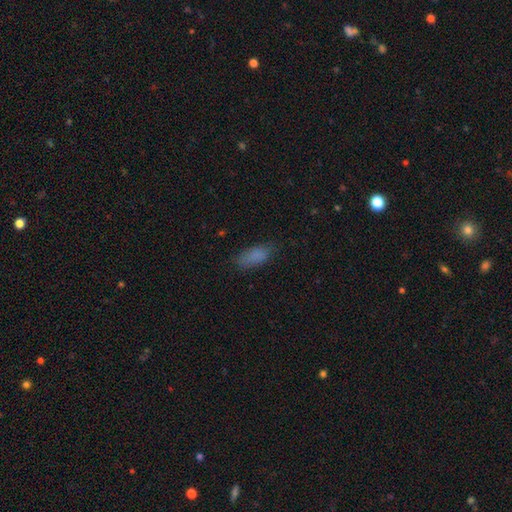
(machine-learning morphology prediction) This appears to be a smooth galaxy with no disk features (83%) that is in between round and cigar-shaped (82%). Merging: none (75%).